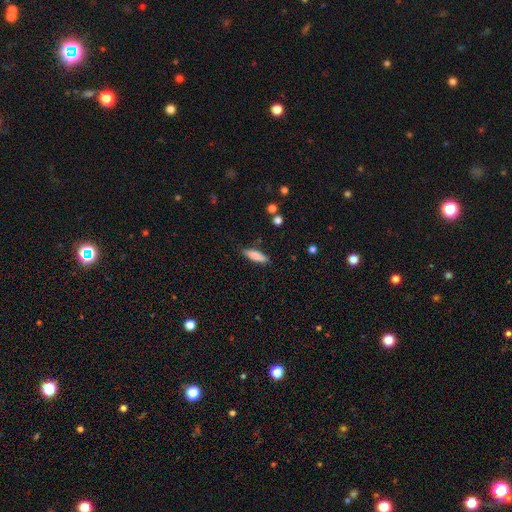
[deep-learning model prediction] smooth 82%, featured or disk 12%, star or artifact 6%. Down the decision tree: how rounded — cigar-shaped (55%); merging — none (84%).